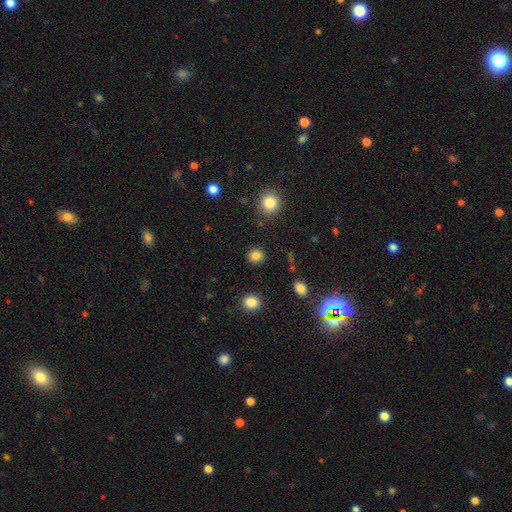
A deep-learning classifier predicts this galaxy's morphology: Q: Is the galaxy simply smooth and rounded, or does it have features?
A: smooth — 85%.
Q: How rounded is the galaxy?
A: round — 84%.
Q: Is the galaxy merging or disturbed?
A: none — 90%.